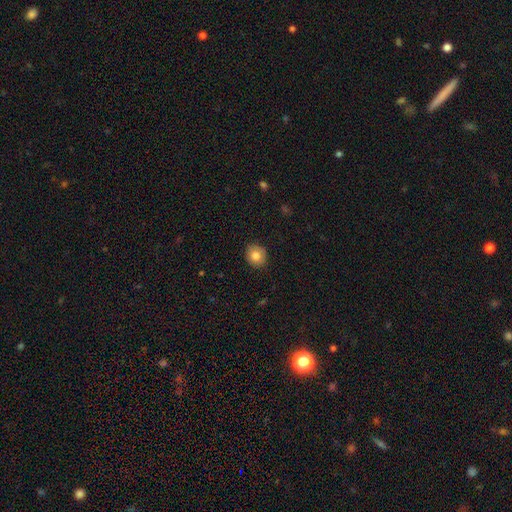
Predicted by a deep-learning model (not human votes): Q: Smooth or featured?
A: smooth (80%); runner-up: featured or disk (11%)
Q: How rounded?
A: round (75%); runner-up: in between (24%)
Q: Merging?
A: none (88%); runner-up: minor disturbance (9%)